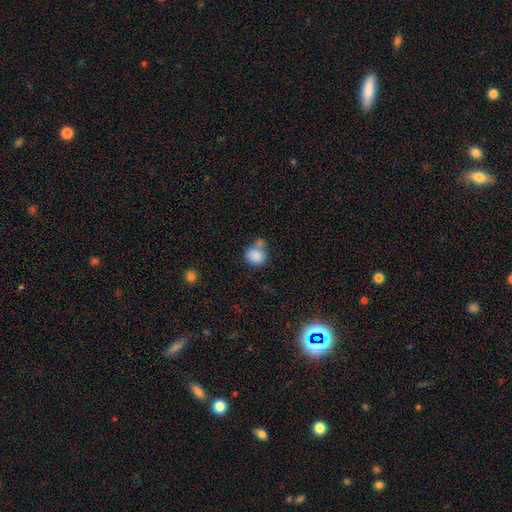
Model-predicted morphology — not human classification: Smooth or featured? smooth (85%)
How rounded? round (81%)
Merging? none (47%)